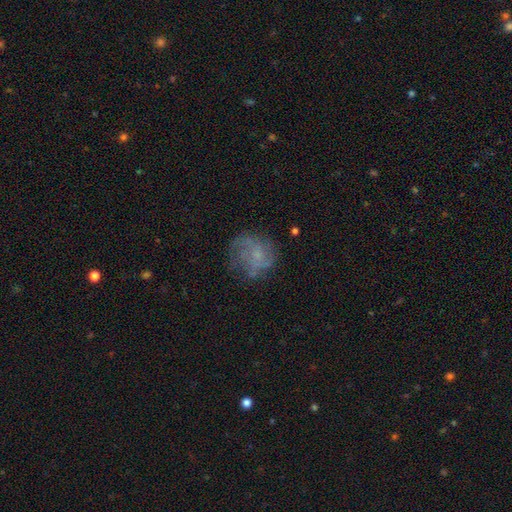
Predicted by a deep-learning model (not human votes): The model was most divided on "bulge size": small: 40%, none: 38%, moderate: 18%, large: 2%, dominant: 1%. More confident: edge-on disk — no (98%); bar — no (74%); spiral arms — yes (66%); merging — none (60%); smooth or featured — featured or disk (52%).